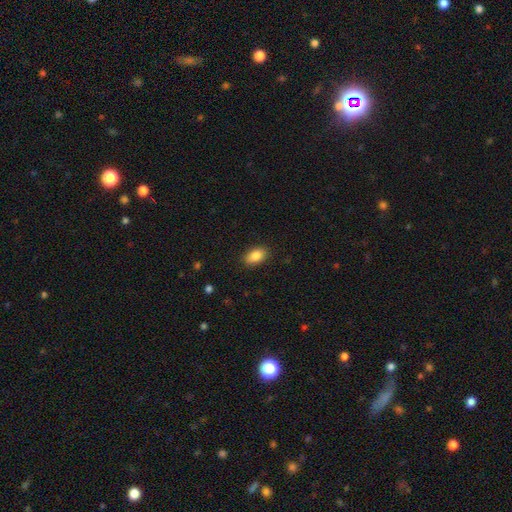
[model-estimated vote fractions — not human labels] The model was most divided on "merging": none: 87%, minor disturbance: 10%, major disturbance: 2%, merger: 1%. More confident: how rounded — in between (89%); smooth or featured — smooth (85%).